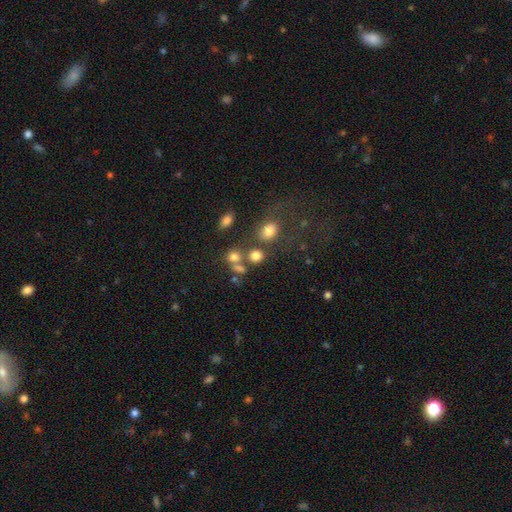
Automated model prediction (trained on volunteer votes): smooth 76%, star or artifact 15%, featured or disk 9%. Down the decision tree: how rounded — round (71%); merging — none (57%).